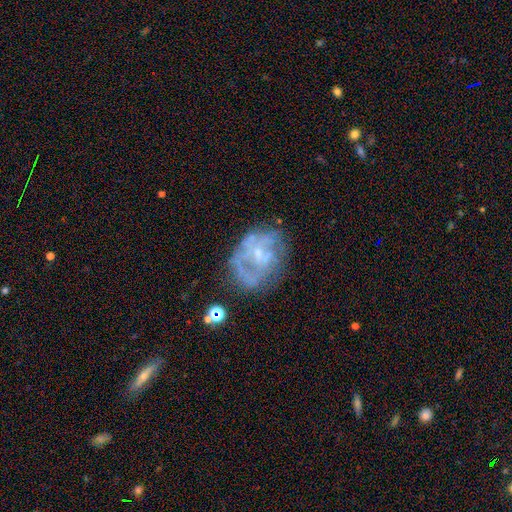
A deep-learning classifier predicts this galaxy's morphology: smooth-or-featured: featured or disk: 64% | smooth: 22% | star or artifact: 14%
  disk-edge-on: no: 96% | yes: 4%
    bar: no: 67% | weak: 26% | strong: 7%
    has-spiral-arms: yes: 52% | no: 48%
    bulge-size: small: 58% | moderate: 28% | none: 10% | large: 2% | dominant: 1%
  merging: none: 55% | minor disturbance: 22% | major disturbance: 18% | merger: 5%